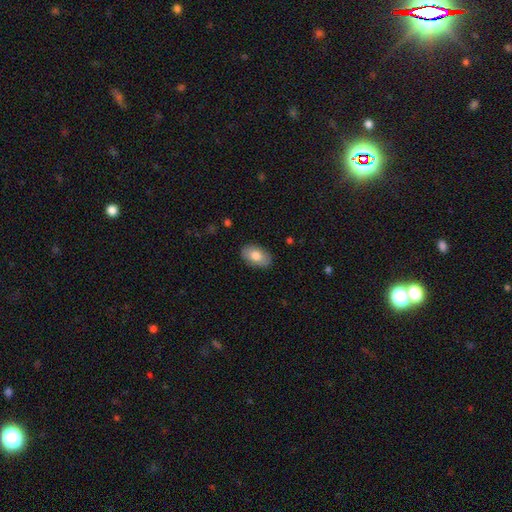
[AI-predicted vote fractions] Q: Smooth or featured?
A: smooth (80%); runner-up: featured or disk (14%)
Q: How rounded?
A: in between (92%); runner-up: round (6%)
Q: Merging?
A: none (87%); runner-up: minor disturbance (10%)